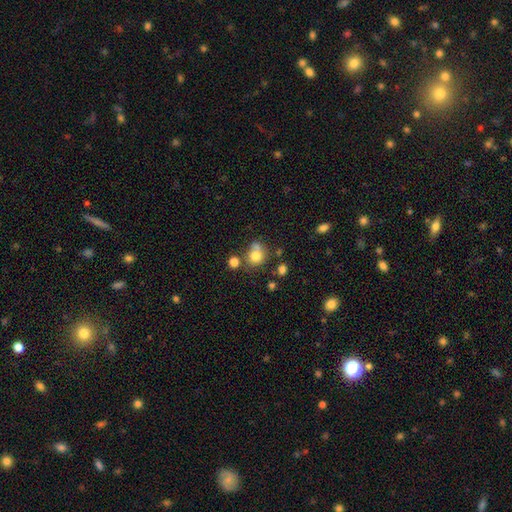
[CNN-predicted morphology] smooth_or_featured: smooth (p=0.77) [alt: star or artifact p=0.12]
how_rounded: round (p=0.78) [alt: in between p=0.21]
merging: none (p=0.51) [alt: merger p=0.27]